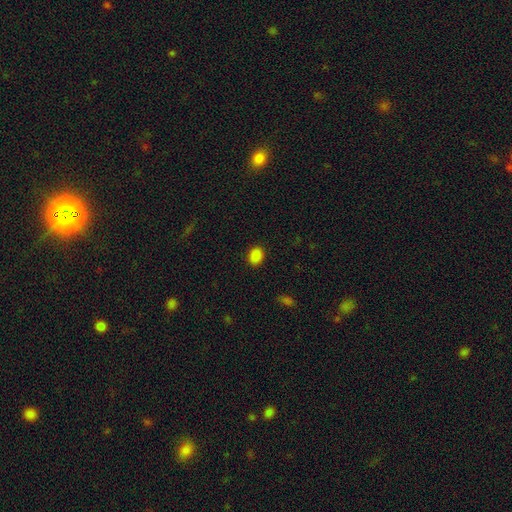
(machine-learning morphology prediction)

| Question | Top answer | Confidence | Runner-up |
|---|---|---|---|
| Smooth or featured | smooth | 86% | star or artifact (11%) |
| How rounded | in between | 58% | round (41%) |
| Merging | none | 89% | minor disturbance (8%) |